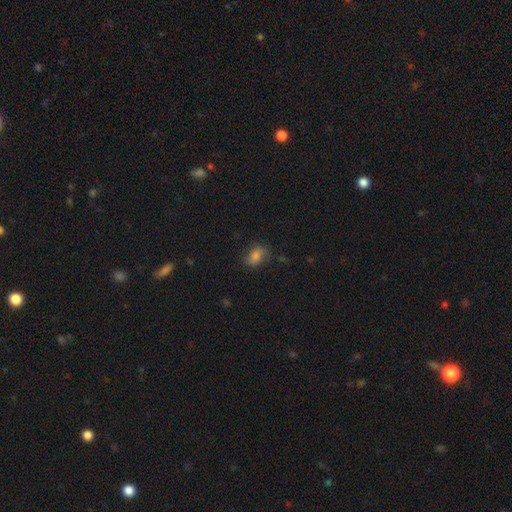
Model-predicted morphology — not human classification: smooth 71%, featured or disk 17%, star or artifact 11%. Down the decision tree: how rounded — in between (84%); merging — none (68%).